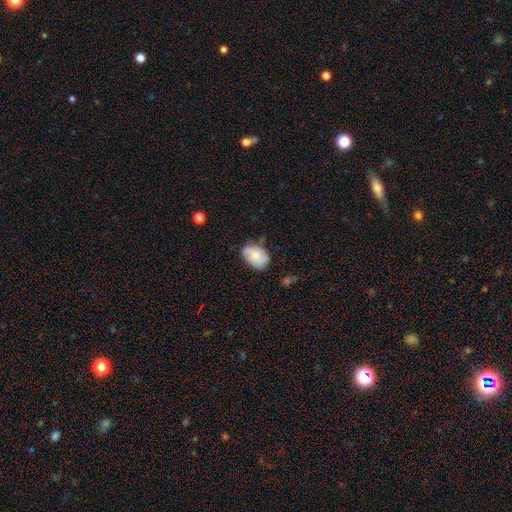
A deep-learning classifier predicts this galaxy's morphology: Overall: smooth (76%). How rounded: in between (84%). Merging: none (62%; minor disturbance 29%).